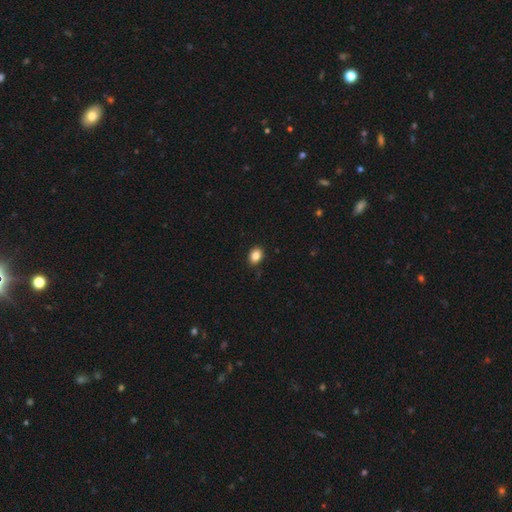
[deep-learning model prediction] Smooth or featured? Predicted: smooth (p=0.84). How rounded? Predicted: in between (p=0.65). Merging? Predicted: none (p=0.87).